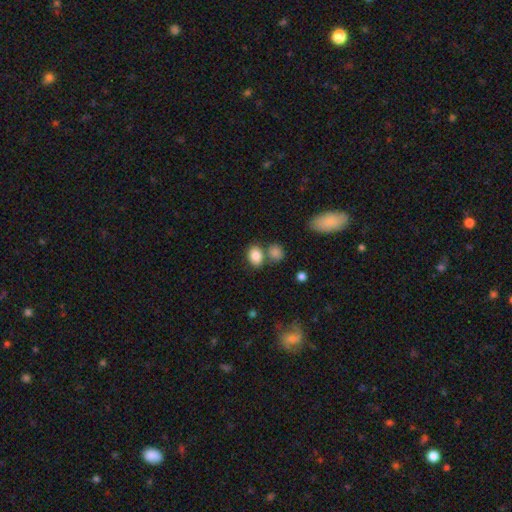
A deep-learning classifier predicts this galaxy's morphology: smooth 84%, star or artifact 9%, featured or disk 7%. Down the decision tree: how rounded — in between (67%); merging — none (59%).